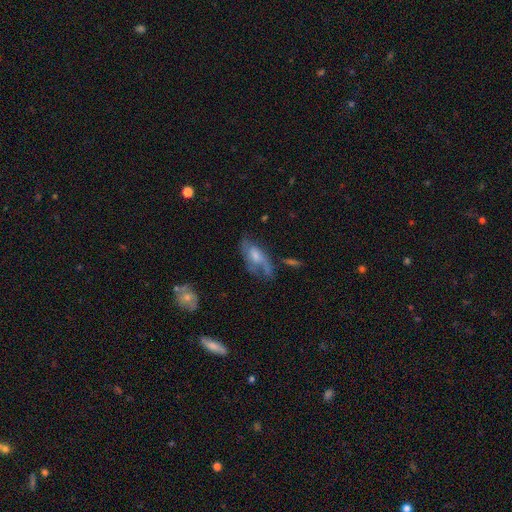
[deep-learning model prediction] Smooth or featured?
  - featured or disk: 63% *
  - smooth: 27%
  - star or artifact: 10%
Edge-on disk?
  - no: 87% *
  - yes: 13%
Bar?
  - no: 65% *
  - weak: 29%
  - strong: 6%
Spiral arms?
  - yes: 75% *
  - no: 25%
Bulge size?
  - moderate: 48% *
  - small: 29%
  - large: 12%
  - none: 9%
  - dominant: 2%
Merging?
  - none: 53% *
  - minor disturbance: 24%
  - major disturbance: 19%
  - merger: 4%